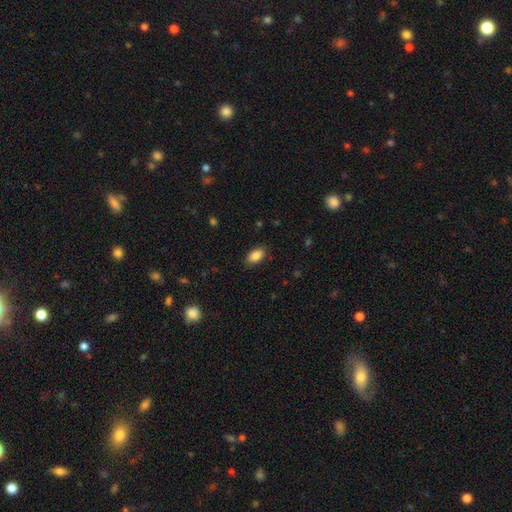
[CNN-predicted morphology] This appears to be a smooth galaxy with no disk features (88%) that is in between round and cigar-shaped (92%). Merging: none (86%).